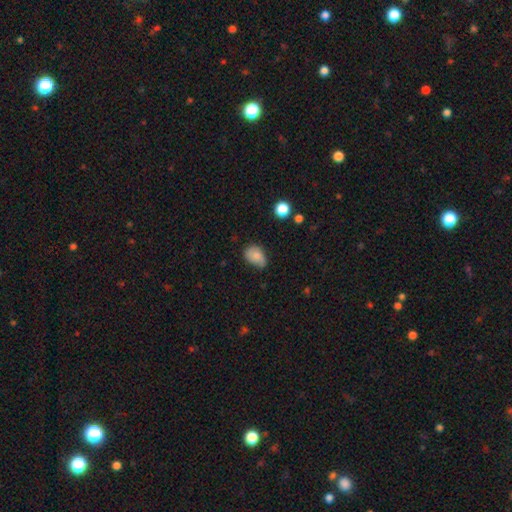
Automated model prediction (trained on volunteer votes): smooth-or-featured: smooth: 73% | featured or disk: 18% | star or artifact: 9%
  how-rounded: in between: 77% | round: 22% | cigar-shaped: 1%
  merging: none: 51% | minor disturbance: 39% | major disturbance: 8% | merger: 2%